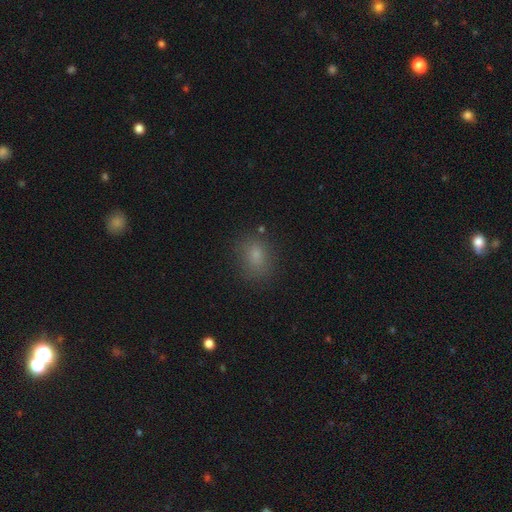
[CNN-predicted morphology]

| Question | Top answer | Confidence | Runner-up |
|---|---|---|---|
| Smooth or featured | smooth | 78% | star or artifact (14%) |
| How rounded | in between | 53% | round (45%) |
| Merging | none | 78% | minor disturbance (15%) |